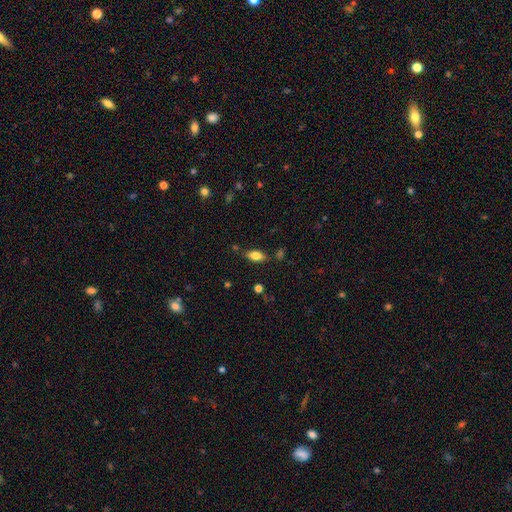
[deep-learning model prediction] The model was most divided on "smooth or featured": smooth: 78%, featured or disk: 14%, star or artifact: 8%. More confident: how rounded — in between (89%); merging — none (81%).